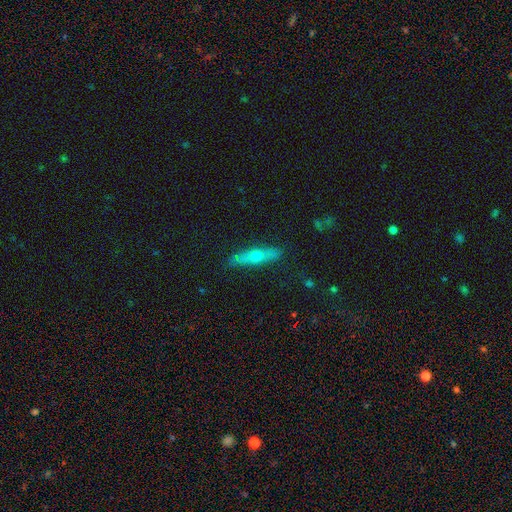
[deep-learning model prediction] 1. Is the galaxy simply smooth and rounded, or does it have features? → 47% featured or disk, 46% smooth, 7% star or artifact.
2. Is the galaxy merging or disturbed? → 83% none, 12% minor disturbance, 3% major disturbance, 2% merger.